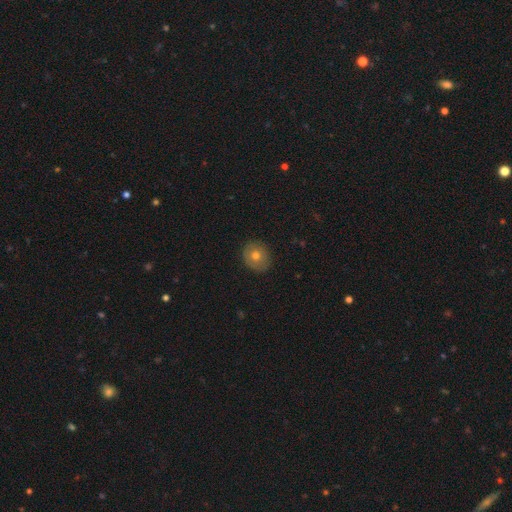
Volunteers were most divided on "smooth or featured": smooth: 60%, featured or disk: 28%, star or artifact: 12%. More confident: how rounded — round (88%); merging — none (83%).